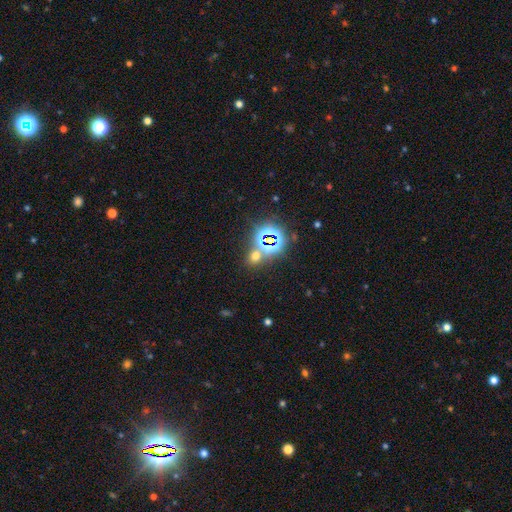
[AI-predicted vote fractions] Smooth or featured: star or artifact — 50% (smooth — 43%)